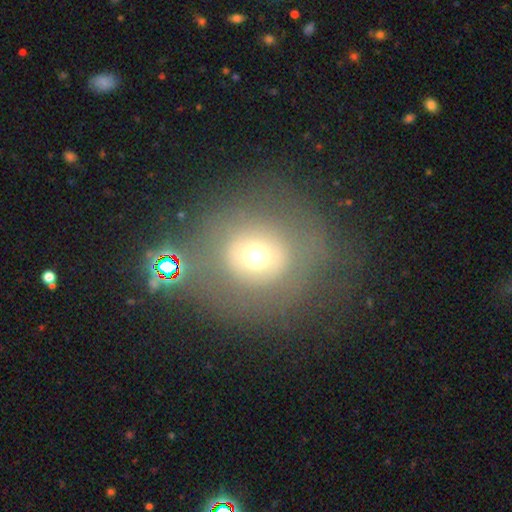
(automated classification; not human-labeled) Smooth or featured? Predicted: smooth (p=0.55). How rounded? Predicted: round (p=0.91). Merging? Predicted: none (p=0.65).